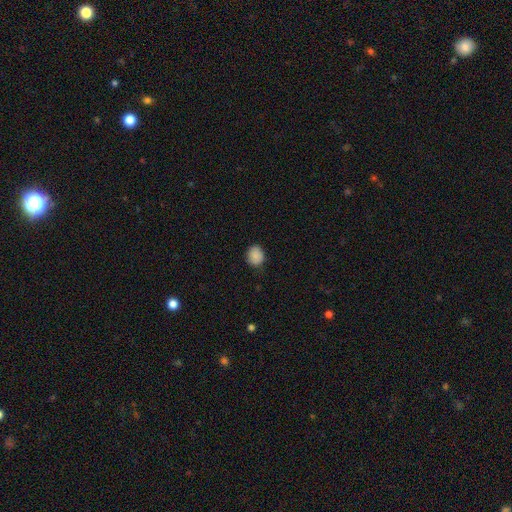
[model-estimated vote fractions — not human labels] This is clearly a smooth galaxy (88%). How rounded: likely round (66%). Merging: clearly none (81%).